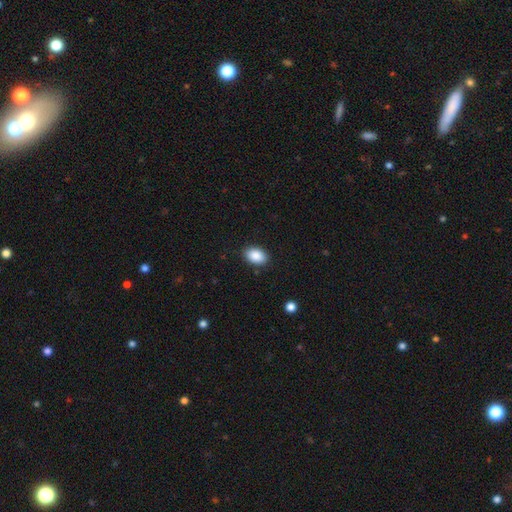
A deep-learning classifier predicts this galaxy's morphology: A smooth galaxy with no disk features (89%) that is in between round and cigar-shaped (88%). Merging: none (88%).